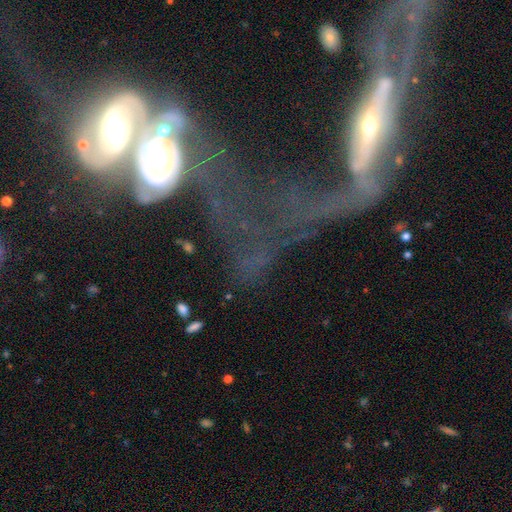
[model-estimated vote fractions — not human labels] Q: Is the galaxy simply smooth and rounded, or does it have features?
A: featured or disk — 63%.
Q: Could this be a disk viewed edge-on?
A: no — 77%.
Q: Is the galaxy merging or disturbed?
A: merger — 63%.